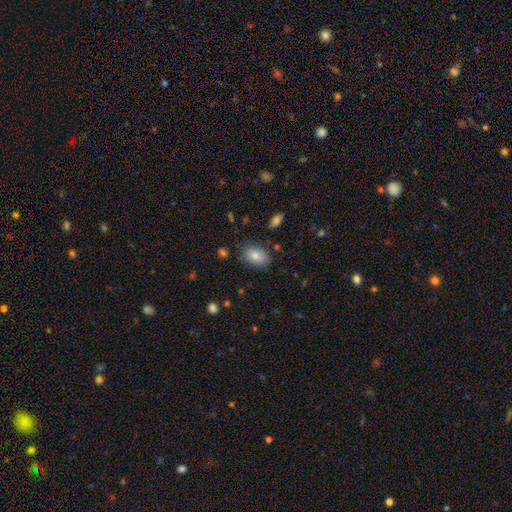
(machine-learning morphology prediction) smooth_or_featured: smooth (p=0.80) [alt: featured or disk p=0.11]
how_rounded: in between (p=0.86) [alt: round p=0.13]
merging: none (p=0.79) [alt: minor disturbance p=0.15]